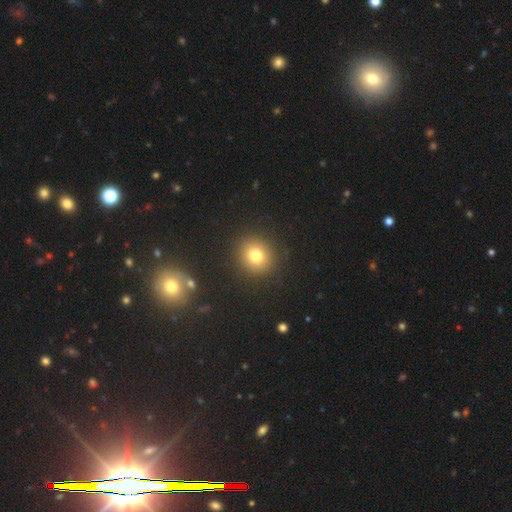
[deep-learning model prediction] A smooth galaxy with no disk features (76%) that is round (89%).

Vote fractions:
- Smooth or featured? smooth: 76% / star or artifact: 15% / featured or disk: 9%
- How rounded? round: 89% / in between: 10% / cigar-shaped: 1%
- Merging? none: 90% / minor disturbance: 6% / major disturbance: 3% / merger: 1%